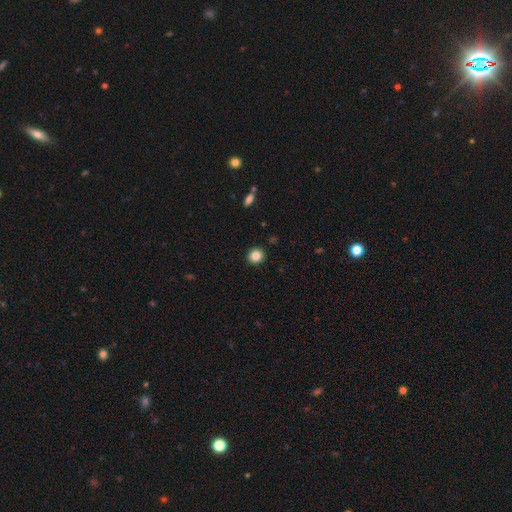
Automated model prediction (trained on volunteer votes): This is clearly a smooth galaxy (85%). How rounded: clearly round (87%). Merging: clearly none (92%).